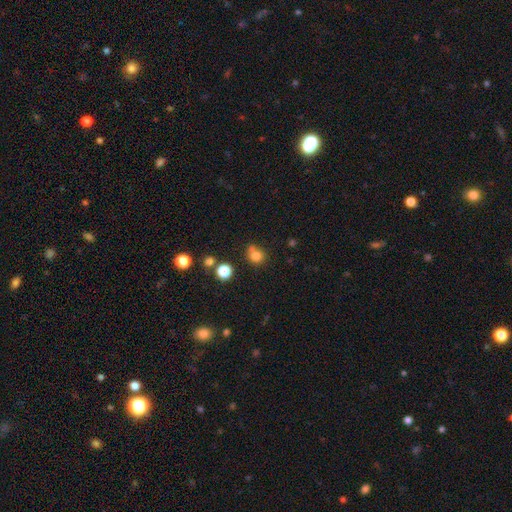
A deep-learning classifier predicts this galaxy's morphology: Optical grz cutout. It shows a smooth galaxy with no disk features (79%) that is round (81%). Merging: none (57%).